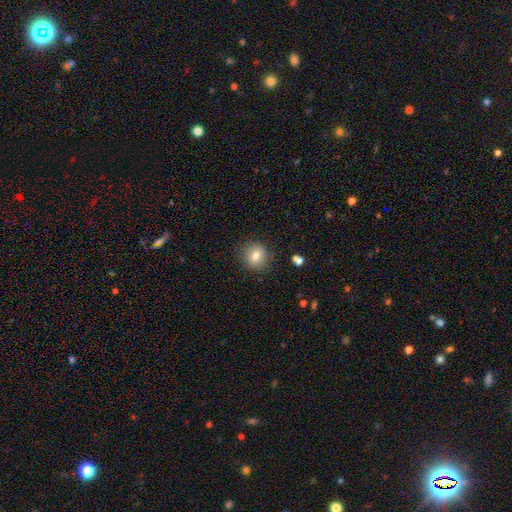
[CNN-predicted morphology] type=smooth (81%); roundness=round (79%); merging=none (86%).